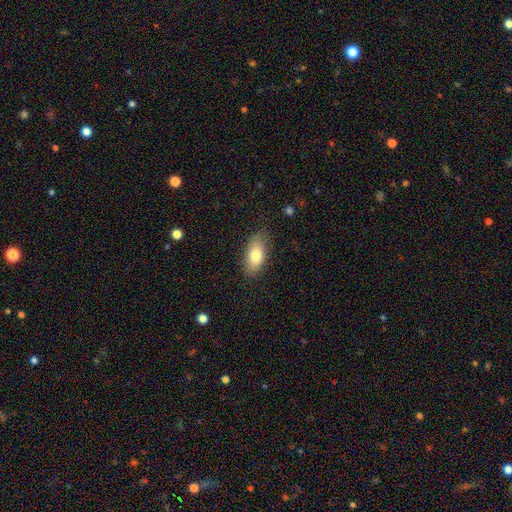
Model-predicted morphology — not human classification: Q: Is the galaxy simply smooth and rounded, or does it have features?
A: smooth — 79%.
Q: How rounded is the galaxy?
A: in between — 90%.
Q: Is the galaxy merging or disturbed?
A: none — 79%.